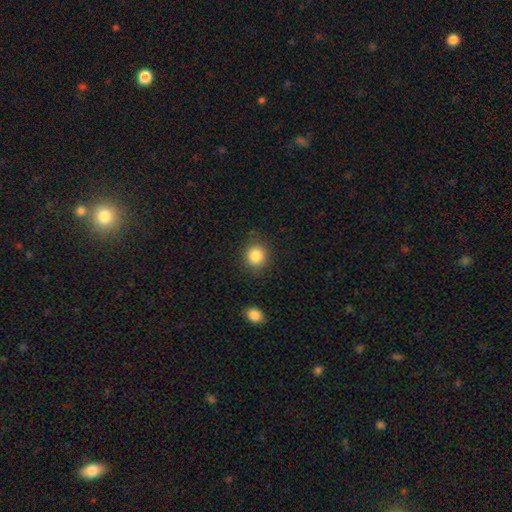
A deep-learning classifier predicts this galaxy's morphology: Q: Smooth or featured?
A: smooth (86%); runner-up: star or artifact (10%)
Q: How rounded?
A: round (85%); runner-up: in between (14%)
Q: Merging?
A: none (86%); runner-up: minor disturbance (9%)